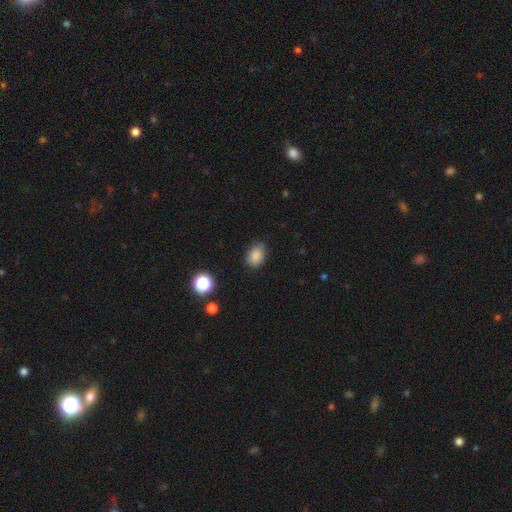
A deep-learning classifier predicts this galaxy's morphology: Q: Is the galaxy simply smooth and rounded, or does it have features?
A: smooth — 85%.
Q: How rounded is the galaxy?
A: in between — 69%.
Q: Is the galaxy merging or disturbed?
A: none — 73%.